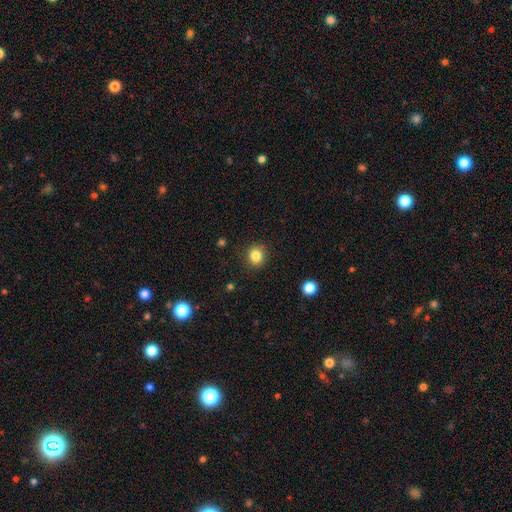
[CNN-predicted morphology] type=smooth (84%); roundness=round (81%); merging=none (89%).